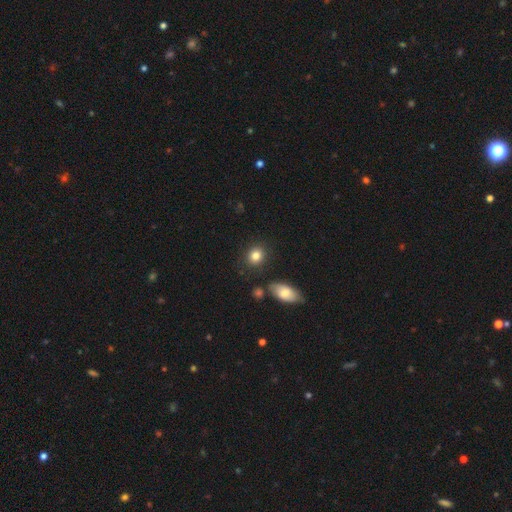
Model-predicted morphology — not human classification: Smooth or featured: smooth — 84% (star or artifact — 9%)
How rounded: round — 63% (in between — 36%)
Merging: none — 84% (minor disturbance — 9%)